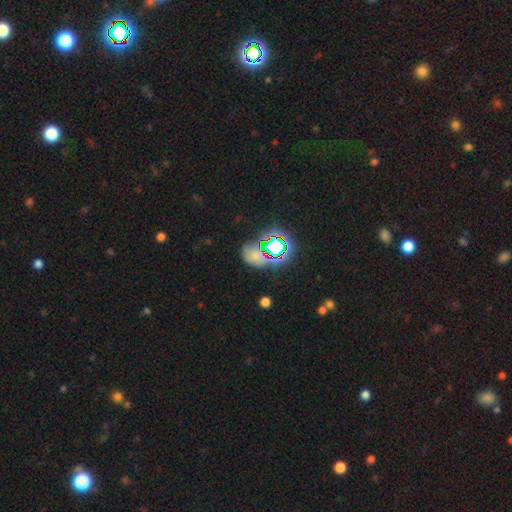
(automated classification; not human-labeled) Smooth or featured? star or artifact (46%)